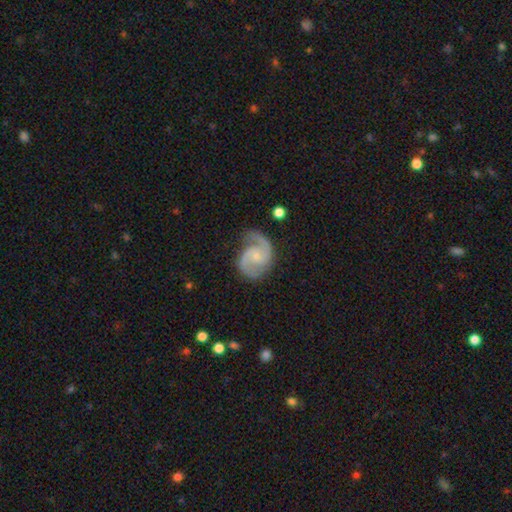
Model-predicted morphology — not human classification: featured or disk 90%, smooth 6%, star or artifact 4%. Down the decision tree: edge-on disk — no (98%); bar — no (62%); spiral arms — yes (98%); spiral arm count — 2 (91%); spiral winding — medium (58%); bulge size — small (69%); merging — none (73%).